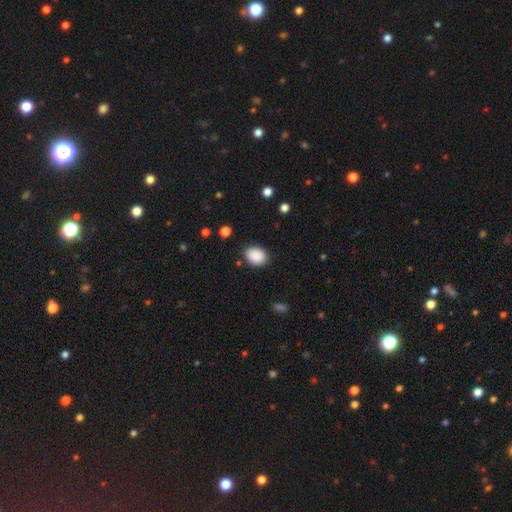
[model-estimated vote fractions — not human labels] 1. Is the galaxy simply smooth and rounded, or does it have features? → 89% smooth, 8% star or artifact, 3% featured or disk.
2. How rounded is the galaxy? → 63% in between, 36% round, 1% cigar-shaped.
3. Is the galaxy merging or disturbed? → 84% none, 11% minor disturbance, 3% major disturbance, 2% merger.